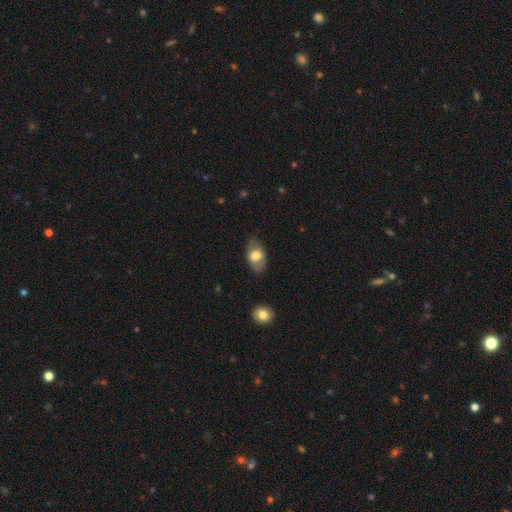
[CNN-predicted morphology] A smooth galaxy with no disk features (68%) that is in between round and cigar-shaped (88%).

Vote fractions:
- Smooth or featured? smooth: 68% / featured or disk: 25% / star or artifact: 7%
- How rounded? in between: 88% / round: 10% / cigar-shaped: 2%
- Merging? none: 76% / minor disturbance: 18% / major disturbance: 5% / merger: 1%